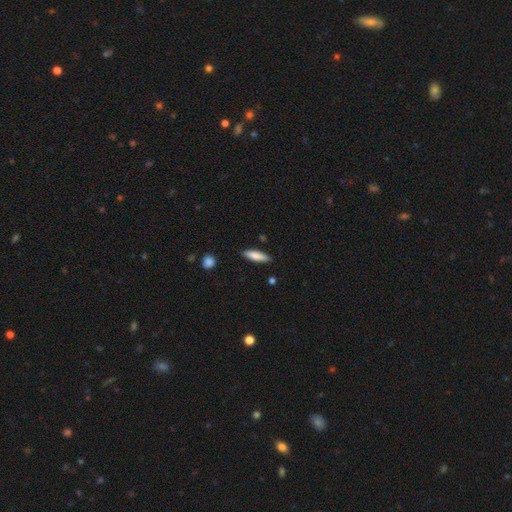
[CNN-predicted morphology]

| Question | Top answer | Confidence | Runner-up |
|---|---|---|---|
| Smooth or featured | smooth | 81% | featured or disk (13%) |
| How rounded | cigar-shaped | 70% | in between (29%) |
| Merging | none | 85% | minor disturbance (11%) |